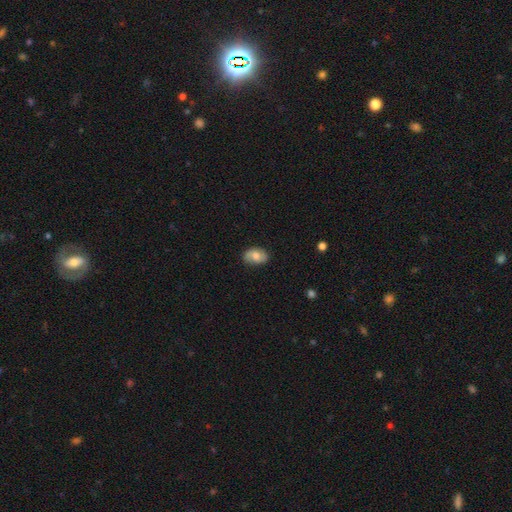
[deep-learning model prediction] The model was most divided on "smooth or featured": smooth: 72%, featured or disk: 21%, star or artifact: 7%. More confident: how rounded — in between (83%); merging — none (79%).